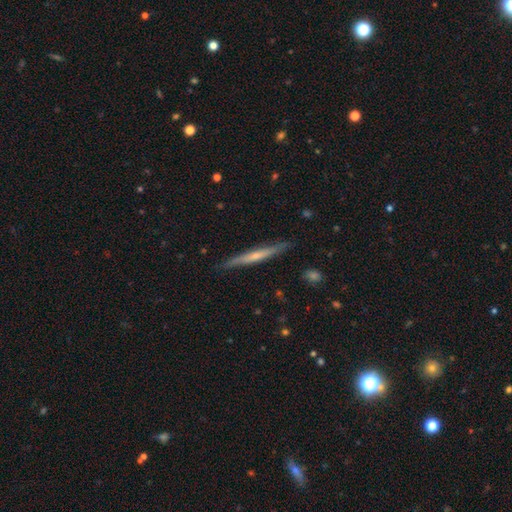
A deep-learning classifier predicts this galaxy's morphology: Q: Smooth or featured?
A: featured or disk (59%); runner-up: smooth (35%)
Q: Edge-on disk?
A: yes (95%); runner-up: no (5%)
Q: Edge-on bulge?
A: none (52%); runner-up: rounded (42%)
Q: Merging?
A: none (87%); runner-up: minor disturbance (10%)